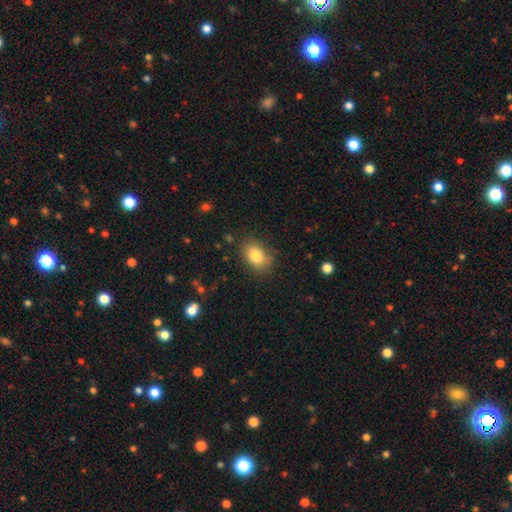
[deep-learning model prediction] Q: Smooth or featured?
A: smooth (84%); runner-up: star or artifact (9%)
Q: How rounded?
A: in between (71%); runner-up: round (28%)
Q: Merging?
A: none (77%); runner-up: minor disturbance (17%)